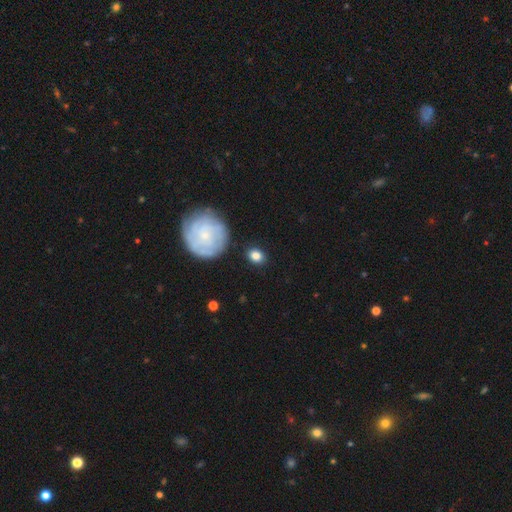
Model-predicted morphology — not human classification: Smooth or featured? smooth (80%)
How rounded? round (56%)
Merging? none (84%)